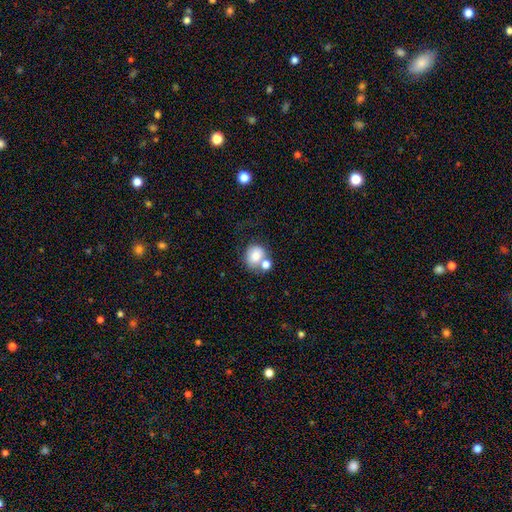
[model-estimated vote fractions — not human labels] A smooth galaxy with no disk features (79%) that is round (67%).

Vote fractions:
- Smooth or featured? smooth: 79% / featured or disk: 12% / star or artifact: 9%
- How rounded? round: 67% / in between: 32% / cigar-shaped: 1%
- Merging? none: 41% / merger: 39% / minor disturbance: 13% / major disturbance: 8%